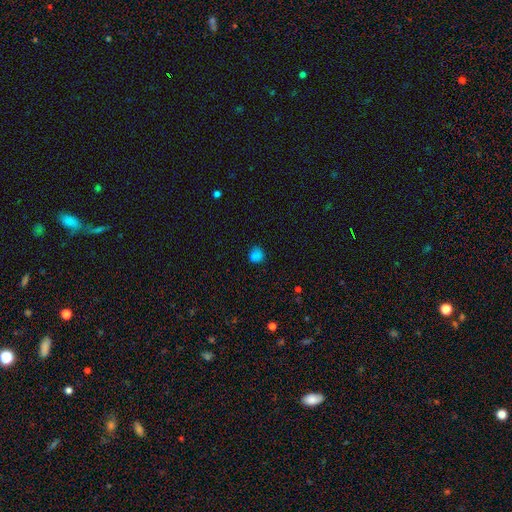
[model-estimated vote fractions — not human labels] The model was most divided on "smooth or featured": smooth: 77%, star or artifact: 19%, featured or disk: 4%. More confident: how rounded — round (84%); merging — none (79%).